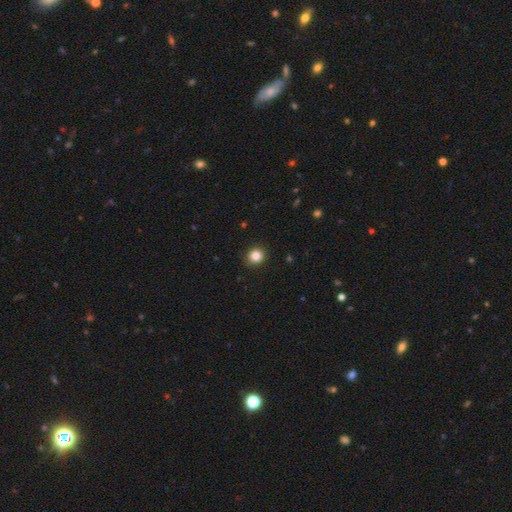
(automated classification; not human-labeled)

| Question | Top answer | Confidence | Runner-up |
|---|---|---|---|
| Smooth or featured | smooth | 85% | star or artifact (11%) |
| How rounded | round | 86% | in between (13%) |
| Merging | none | 91% | minor disturbance (6%) |